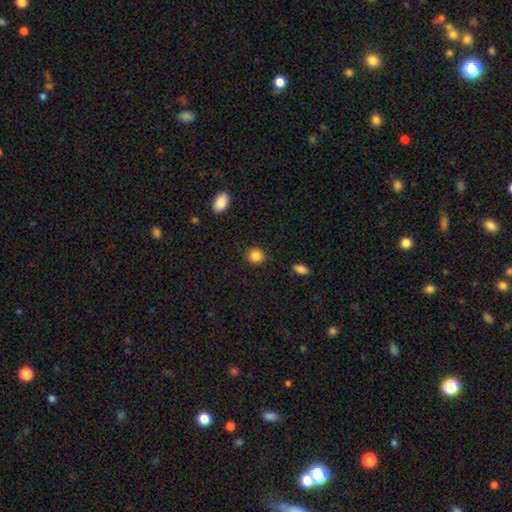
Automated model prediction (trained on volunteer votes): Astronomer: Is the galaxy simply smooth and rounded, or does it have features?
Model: smooth — 87%.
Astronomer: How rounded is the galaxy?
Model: round — 84%.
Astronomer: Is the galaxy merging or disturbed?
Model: none — 89%.